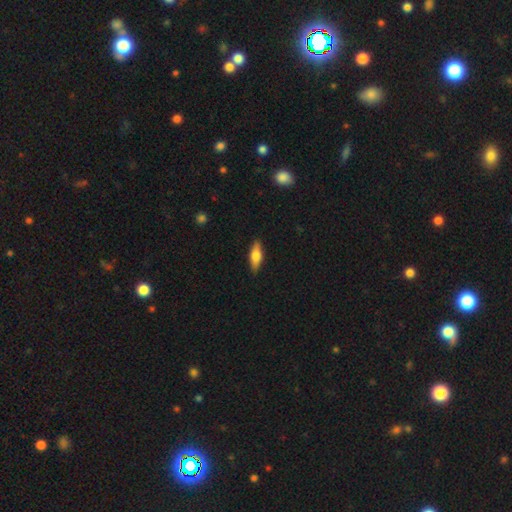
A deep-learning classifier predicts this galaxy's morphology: A smooth galaxy with no disk features (65%) that is in between round and cigar-shaped (60%).

Vote fractions:
- Smooth or featured? smooth: 65% / featured or disk: 29% / star or artifact: 6%
- How rounded? in between: 60% / cigar-shaped: 38% / round: 3%
- Merging? none: 87% / minor disturbance: 10% / major disturbance: 2% / merger: 1%